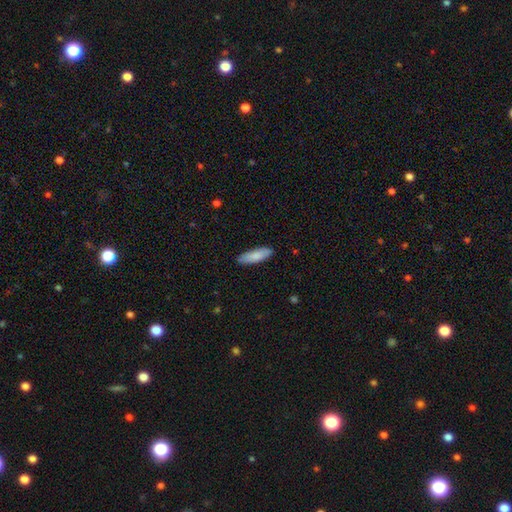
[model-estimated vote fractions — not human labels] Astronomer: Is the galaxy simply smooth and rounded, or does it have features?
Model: smooth — 84%.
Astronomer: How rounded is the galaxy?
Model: cigar-shaped — 51% (runner-up: in between, 48%).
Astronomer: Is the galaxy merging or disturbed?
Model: none — 87%.